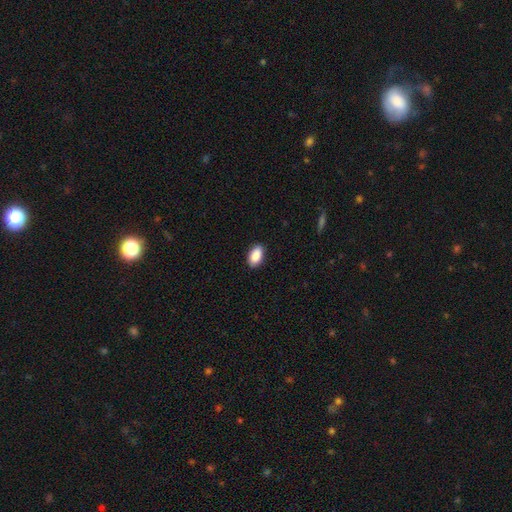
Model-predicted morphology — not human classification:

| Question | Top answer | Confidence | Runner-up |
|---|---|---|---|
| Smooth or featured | smooth | 89% | star or artifact (7%) |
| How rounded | in between | 93% | round (4%) |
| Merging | none | 88% | minor disturbance (9%) |